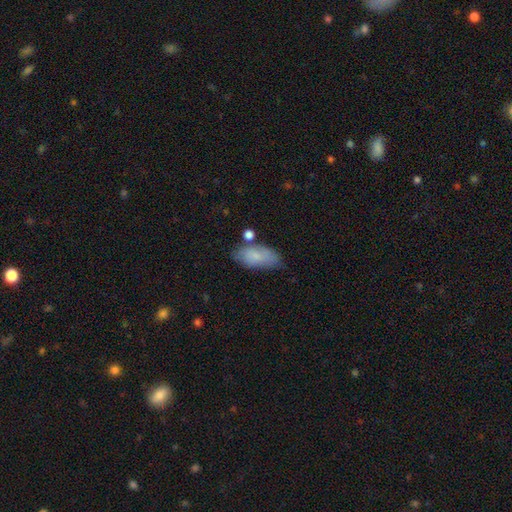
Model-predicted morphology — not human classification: Overall: smooth (79%). How rounded: in between (88%). Merging: none (61%; minor disturbance 24%).